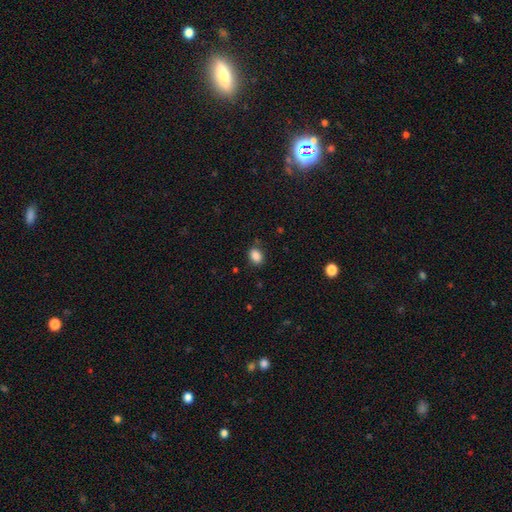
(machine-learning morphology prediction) smooth 87%, star or artifact 9%, featured or disk 4%. Down the decision tree: how rounded — in between (75%); merging — none (82%).